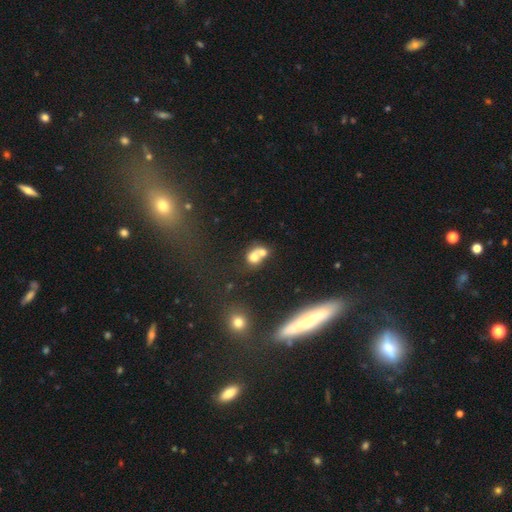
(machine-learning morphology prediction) The model was most divided on "how rounded": round: 60%, in between: 39%, cigar-shaped: 2%. More confident: merging — merger (66%); smooth or featured — smooth (65%).